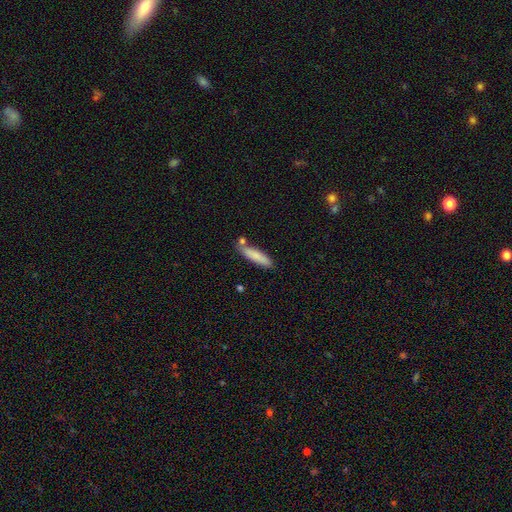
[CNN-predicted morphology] smooth-or-featured: smooth: 81% | featured or disk: 13% | star or artifact: 6%
  how-rounded: cigar-shaped: 77% | in between: 21% | round: 2%
  merging: none: 74% | minor disturbance: 14% | merger: 10% | major disturbance: 3%